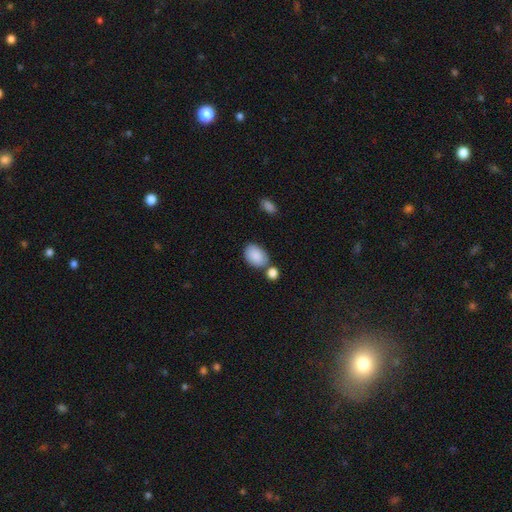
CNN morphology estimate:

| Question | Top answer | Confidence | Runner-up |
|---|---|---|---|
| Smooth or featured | smooth | 88% | star or artifact (7%) |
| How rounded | in between | 85% | round (14%) |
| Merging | none | 61% | merger (21%) |